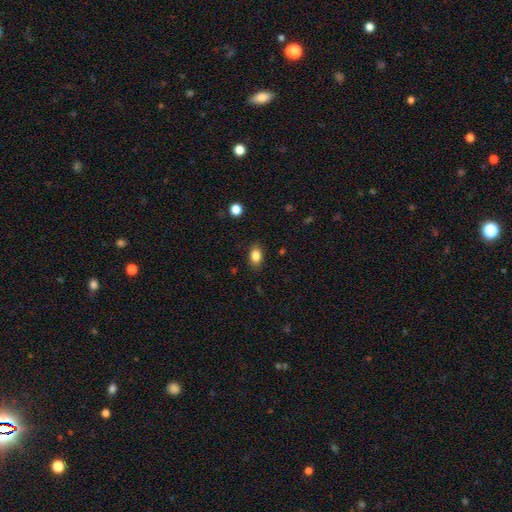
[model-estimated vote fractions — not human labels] Smooth or featured?
  - smooth: 85% *
  - star or artifact: 9%
  - featured or disk: 6%
How rounded?
  - in between: 82% *
  - round: 16%
  - cigar-shaped: 2%
Merging?
  - none: 86% *
  - minor disturbance: 10%
  - major disturbance: 3%
  - merger: 1%